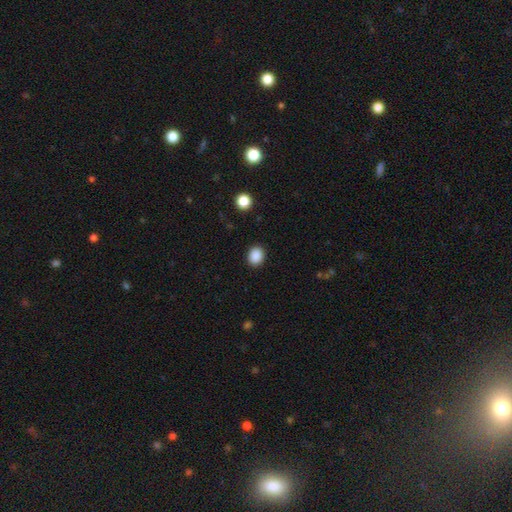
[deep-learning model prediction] Morphology: type=smooth (88%); roundness=round (55%); merging=none (90%).